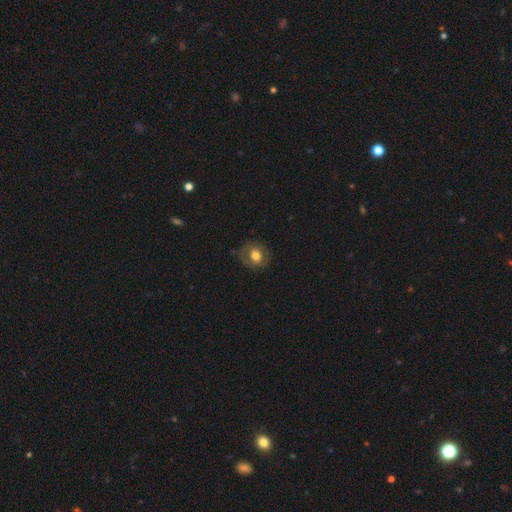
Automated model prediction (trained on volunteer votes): Overall: smooth (62%; featured or disk 29%). How rounded: round (72%). Merging: none (75%).